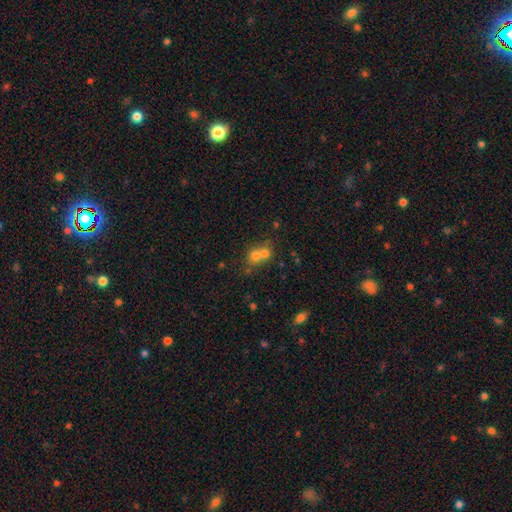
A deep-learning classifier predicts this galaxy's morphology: This appears to be a smooth galaxy with no disk features (69%) that is round (78%). Merging: merger (63%).